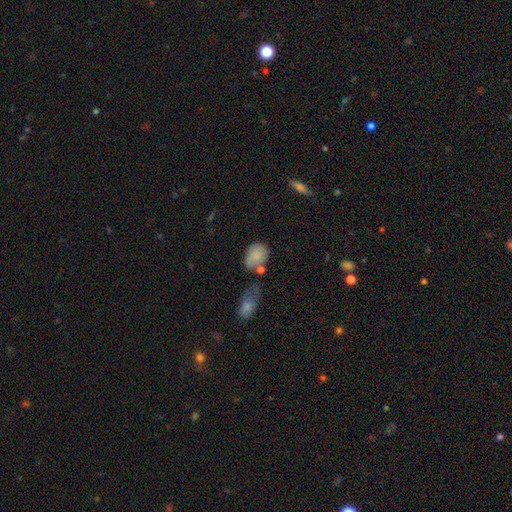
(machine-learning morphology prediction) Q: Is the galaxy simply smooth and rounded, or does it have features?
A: smooth — 81%.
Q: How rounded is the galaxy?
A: in between — 61%.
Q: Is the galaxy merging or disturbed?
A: none — 45%.